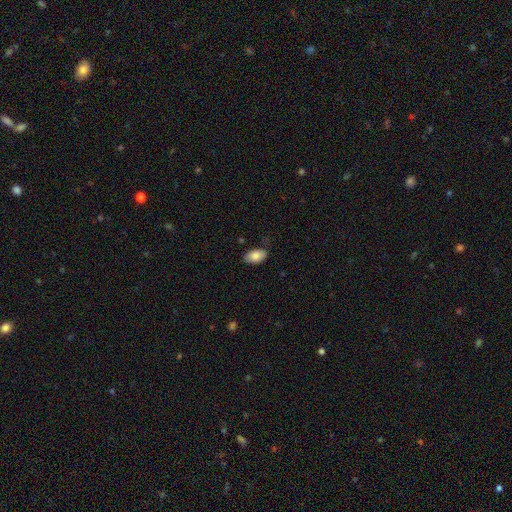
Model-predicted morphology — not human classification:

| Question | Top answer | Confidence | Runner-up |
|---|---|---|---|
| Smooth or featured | smooth | 85% | featured or disk (8%) |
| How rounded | in between | 94% | round (5%) |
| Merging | none | 78% | minor disturbance (17%) |